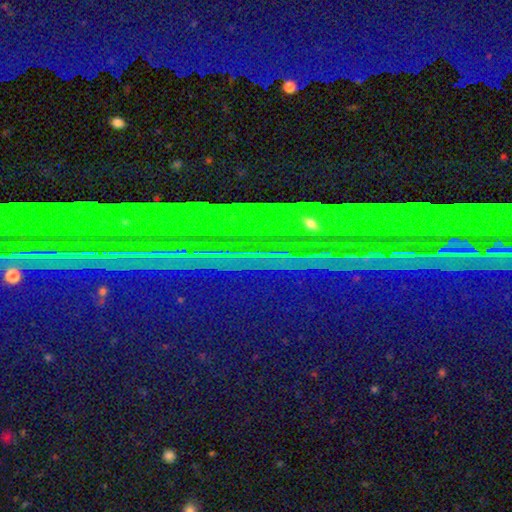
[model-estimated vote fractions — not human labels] This is clearly a star or artifact rather than a galaxy (89%).